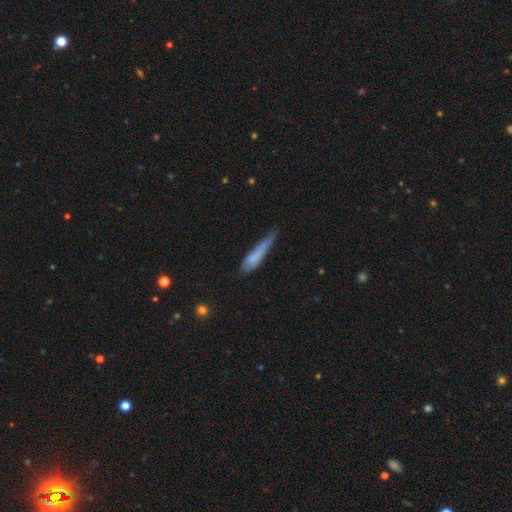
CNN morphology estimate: smooth 70%, featured or disk 22%, star or artifact 8%. Down the decision tree: how rounded — cigar-shaped (83%); merging — minor disturbance (39%).